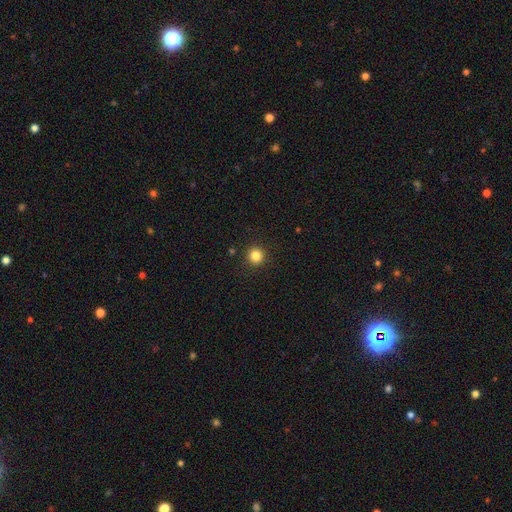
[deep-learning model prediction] A smooth galaxy with no disk features (84%) that is round (94%).

Vote fractions:
- Smooth or featured? smooth: 84% / star or artifact: 12% / featured or disk: 4%
- How rounded? round: 94% / in between: 5% / cigar-shaped: 1%
- Merging? none: 92% / minor disturbance: 5% / major disturbance: 2% / merger: 1%